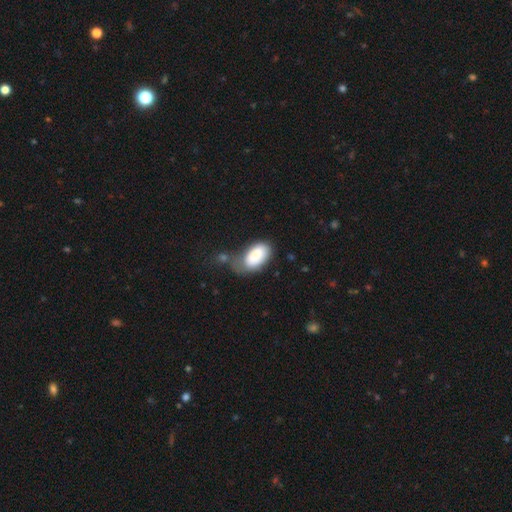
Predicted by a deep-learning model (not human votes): A smooth galaxy with no disk features (86%) that is in between round and cigar-shaped (95%).

Vote fractions:
- Smooth or featured? smooth: 86% / featured or disk: 8% / star or artifact: 6%
- How rounded? in between: 95% / round: 3% / cigar-shaped: 2%
- Merging? none: 39% / minor disturbance: 28% / major disturbance: 18% / merger: 15%